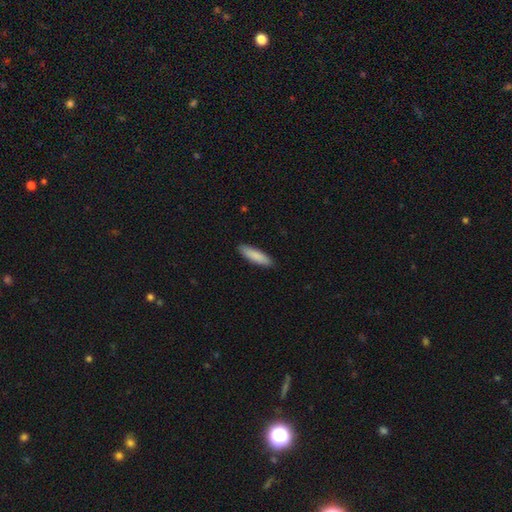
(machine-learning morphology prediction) Overall: smooth (88%). How rounded: cigar-shaped (67%; in between 32%). Merging: none (89%).